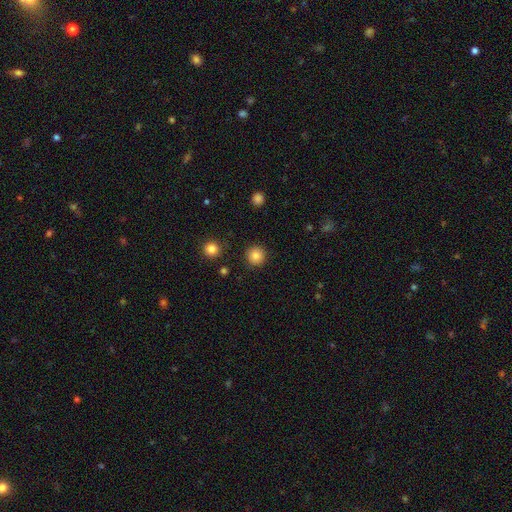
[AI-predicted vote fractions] smooth 85%, star or artifact 10%, featured or disk 5%. Down the decision tree: how rounded — round (95%); merging — none (91%).